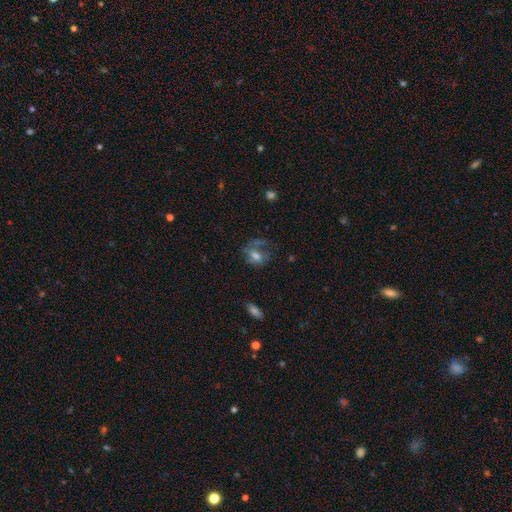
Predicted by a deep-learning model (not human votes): This appears to be a featured or disk galaxy (46%). Merging: none (37%, tied with major disturbance).